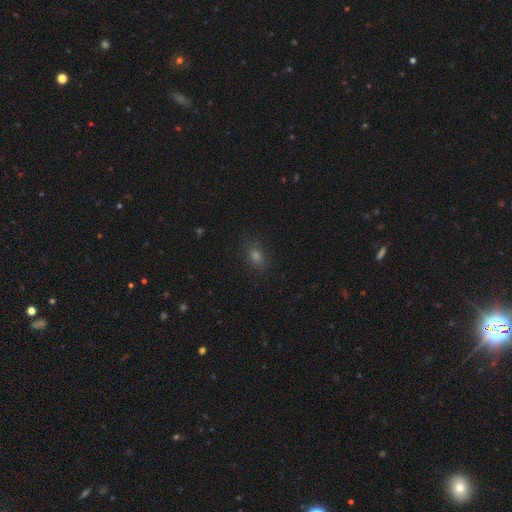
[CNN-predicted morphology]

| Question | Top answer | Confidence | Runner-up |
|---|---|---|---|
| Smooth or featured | smooth | 67% | star or artifact (25%) |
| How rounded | in between | 57% | round (41%) |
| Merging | none | 85% | minor disturbance (11%) |